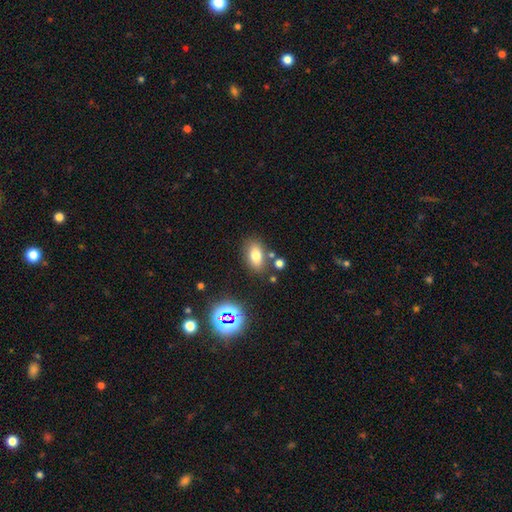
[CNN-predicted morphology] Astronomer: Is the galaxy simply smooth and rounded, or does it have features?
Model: smooth — 73%.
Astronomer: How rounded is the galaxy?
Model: in between — 85%.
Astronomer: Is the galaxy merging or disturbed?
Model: none — 76%.